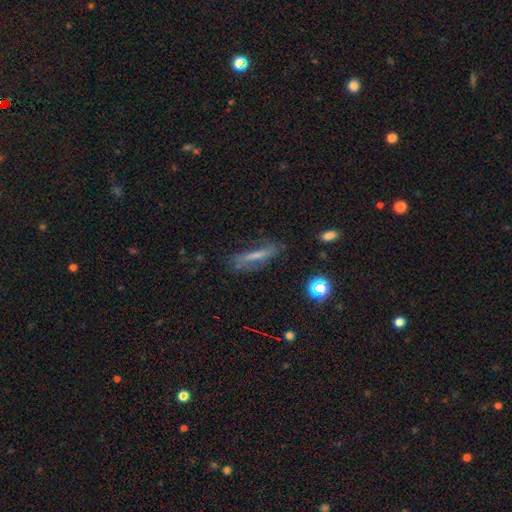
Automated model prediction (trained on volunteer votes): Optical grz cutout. It shows a featured or disk galaxy (45%). Merging: none (67%).